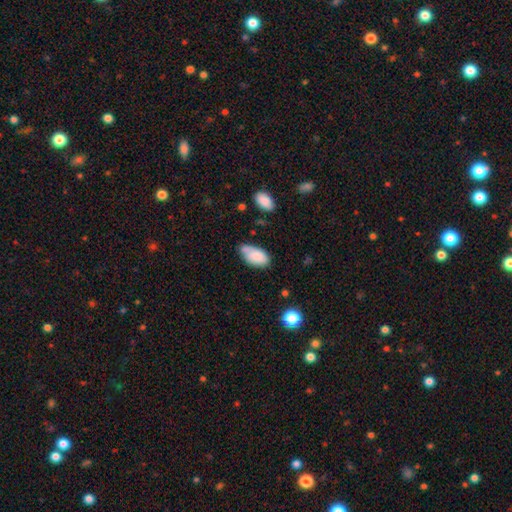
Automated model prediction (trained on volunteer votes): Overall: smooth (82%). How rounded: in between (94%). Merging: none (45%; minor disturbance 35%).